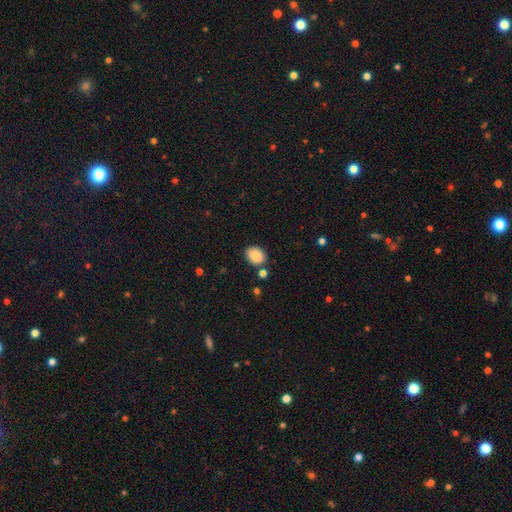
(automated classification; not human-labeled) Smooth or featured: smooth — 88% (star or artifact — 8%)
How rounded: in between — 62% (round — 37%)
Merging: none — 81% (minor disturbance — 11%)